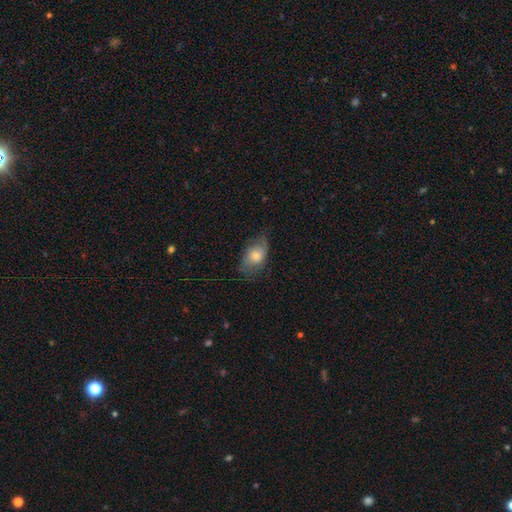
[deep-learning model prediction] smooth 64%, featured or disk 28%, star or artifact 7%. Down the decision tree: how rounded — in between (84%); merging — none (59%).